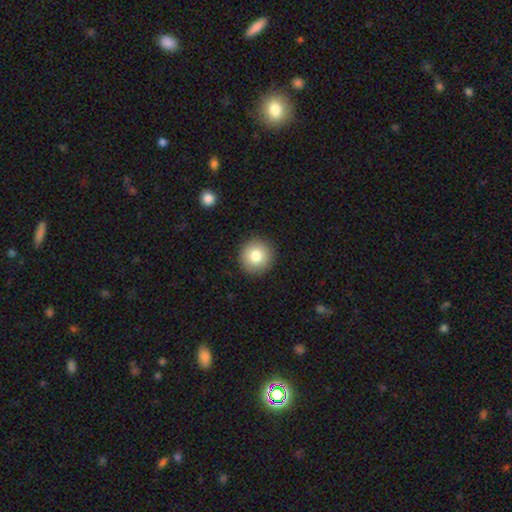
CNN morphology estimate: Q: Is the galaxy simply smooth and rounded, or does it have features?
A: smooth — 80%.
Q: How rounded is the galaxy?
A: round — 95%.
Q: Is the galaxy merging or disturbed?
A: none — 92%.